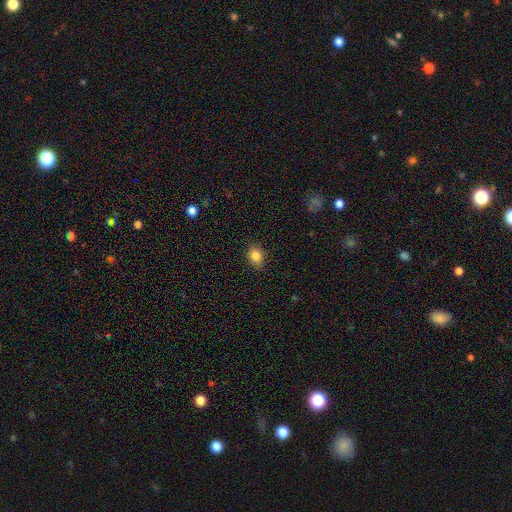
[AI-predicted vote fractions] The model was most divided on "how rounded": in between: 56%, round: 43%, cigar-shaped: 1%. More confident: smooth or featured — smooth (85%); merging — none (83%).